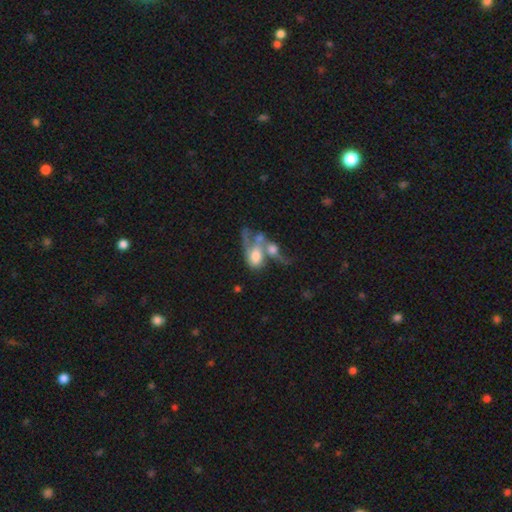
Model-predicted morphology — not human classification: smooth_or_featured: smooth (p=0.49) [alt: featured or disk p=0.41]
merging: merger (p=0.62) [alt: major disturbance p=0.22]